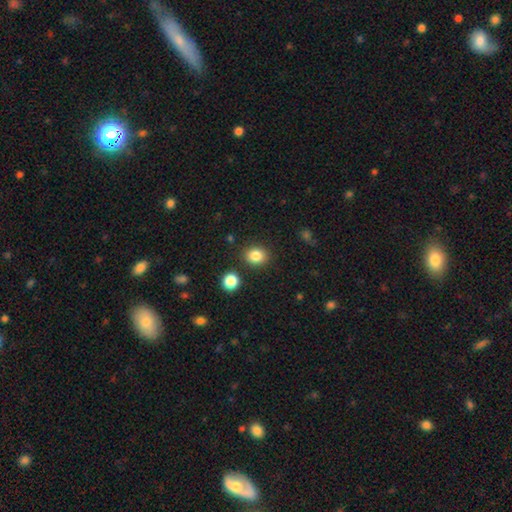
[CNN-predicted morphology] The model was most divided on "how rounded": round: 60%, in between: 39%, cigar-shaped: 1%. More confident: merging — none (85%); smooth or featured — smooth (84%).